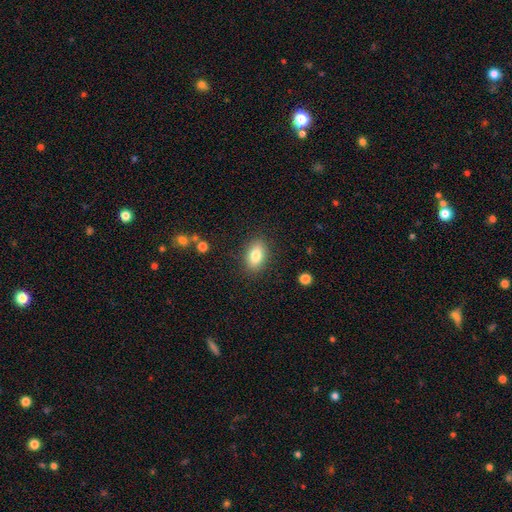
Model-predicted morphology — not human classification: Smooth or featured: smooth — 82% (featured or disk — 11%)
How rounded: in between — 88% (round — 10%)
Merging: none — 86% (minor disturbance — 10%)